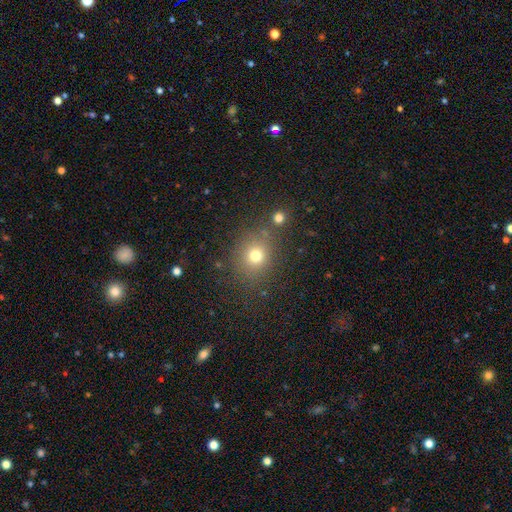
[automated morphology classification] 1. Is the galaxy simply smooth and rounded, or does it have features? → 74% smooth, 17% star or artifact, 8% featured or disk.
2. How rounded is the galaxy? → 80% round, 19% in between, 1% cigar-shaped.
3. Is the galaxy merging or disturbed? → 79% none, 11% minor disturbance, 5% merger, 5% major disturbance.